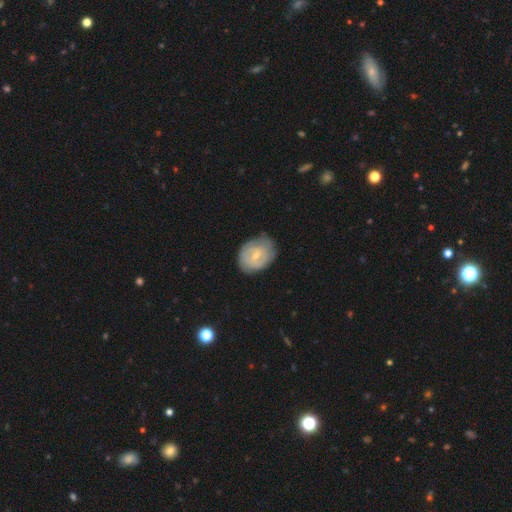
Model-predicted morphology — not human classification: type=featured or disk (56%); edge-on=no (97%); bar=weak (50%); spiral arms=yes (65%); bulge=small (64%); merging=none (64%).